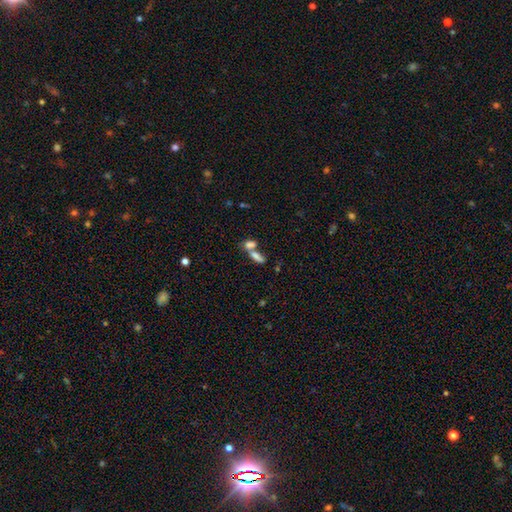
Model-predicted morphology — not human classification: smooth-or-featured: smooth: 74% | featured or disk: 15% | star or artifact: 11%
  how-rounded: in between: 67% | cigar-shaped: 26% | round: 6%
  merging: merger: 57% | none: 30% | minor disturbance: 8% | major disturbance: 5%